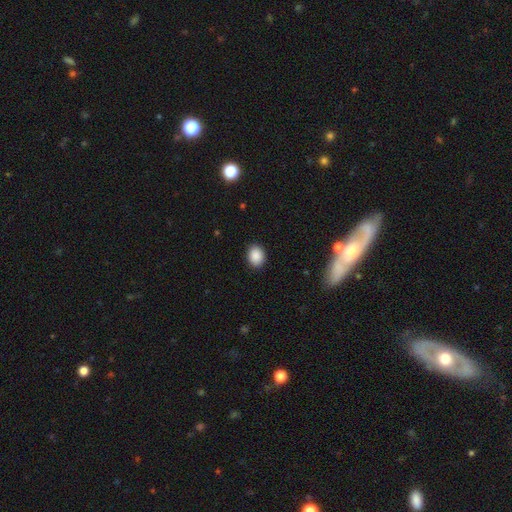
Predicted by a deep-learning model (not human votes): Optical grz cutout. It shows a smooth galaxy with no disk features (89%) that is in between round and cigar-shaped (50%). Merging: none (89%).